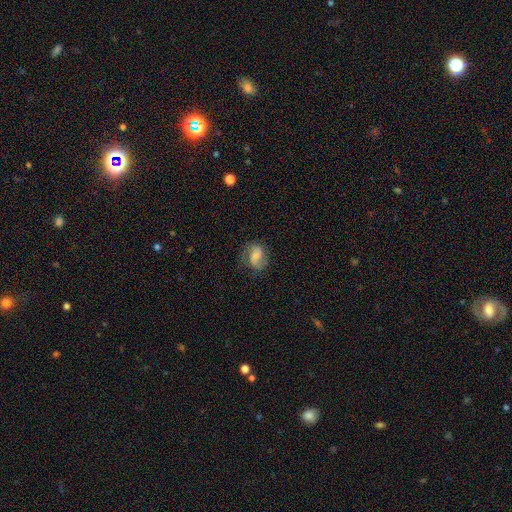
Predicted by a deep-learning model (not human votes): featured or disk 54%, smooth 37%, star or artifact 9%. Down the decision tree: edge-on disk — no (97%); bar — weak (43%); spiral arms — yes (87%); bulge size — small (36%); merging — none (65%).